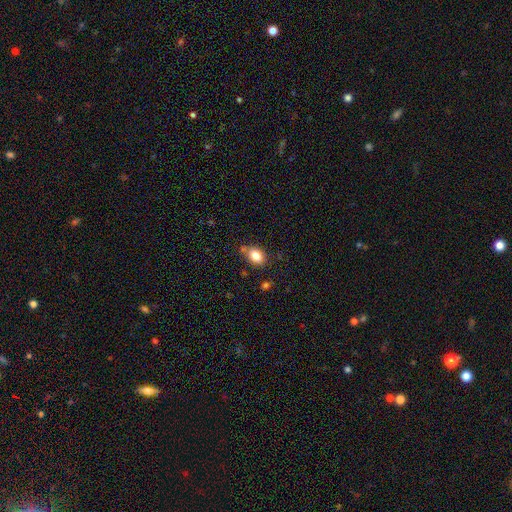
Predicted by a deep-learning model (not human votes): Overall: smooth (83%). How rounded: in between (73%). Merging: none (72%).